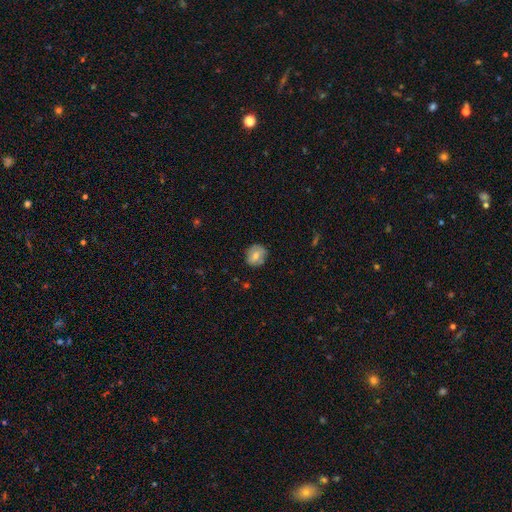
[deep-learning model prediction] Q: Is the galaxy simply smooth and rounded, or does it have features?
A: smooth — 69%.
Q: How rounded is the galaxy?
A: round — 70%.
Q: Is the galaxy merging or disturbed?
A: none — 79%.